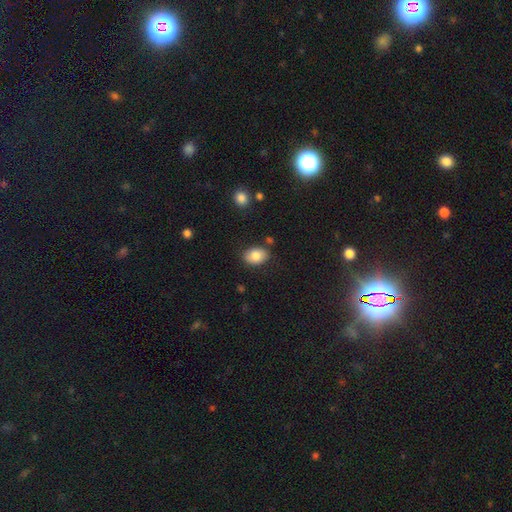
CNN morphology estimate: Smooth or featured: smooth — 83% (featured or disk — 10%)
How rounded: in between — 78% (round — 21%)
Merging: none — 82% (minor disturbance — 12%)